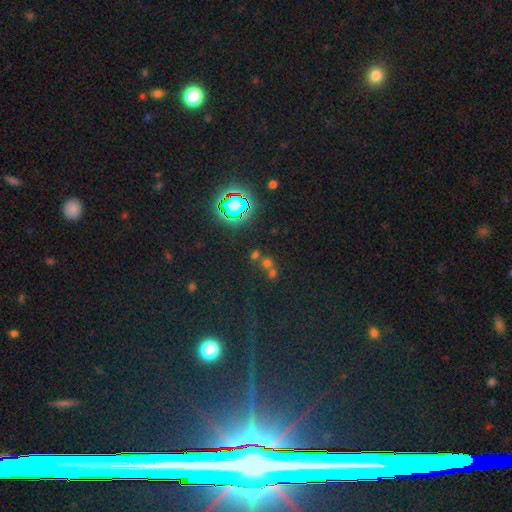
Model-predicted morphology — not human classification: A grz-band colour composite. It shows a star or artifact, not a galaxy (60%).